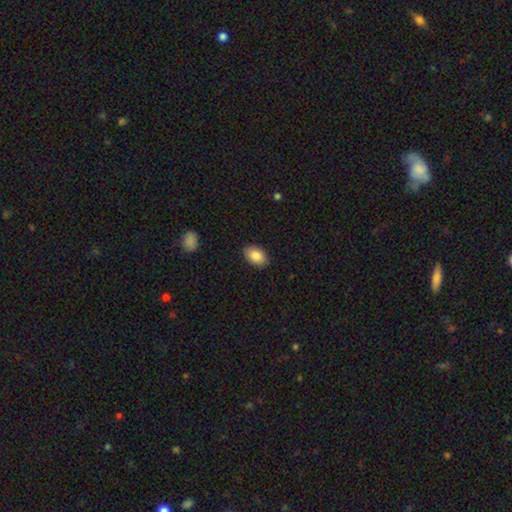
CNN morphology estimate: A smooth galaxy with no disk features (87%) that is in between round and cigar-shaped (90%). Merging: none (88%).